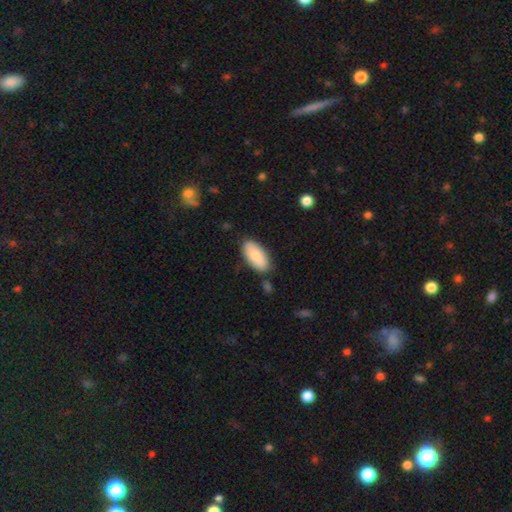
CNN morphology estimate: Overall: smooth (80%). How rounded: in between (93%). Merging: none (80%).